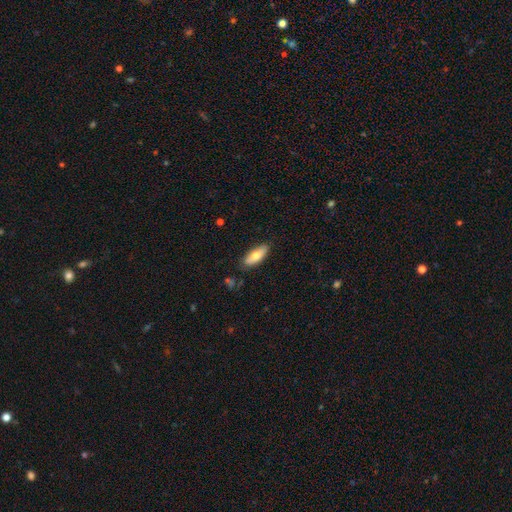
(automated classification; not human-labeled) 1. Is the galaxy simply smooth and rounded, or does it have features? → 74% smooth, 20% featured or disk, 6% star or artifact.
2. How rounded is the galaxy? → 75% in between, 23% cigar-shaped, 2% round.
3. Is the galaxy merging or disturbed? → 82% none, 14% minor disturbance, 2% major disturbance, 2% merger.